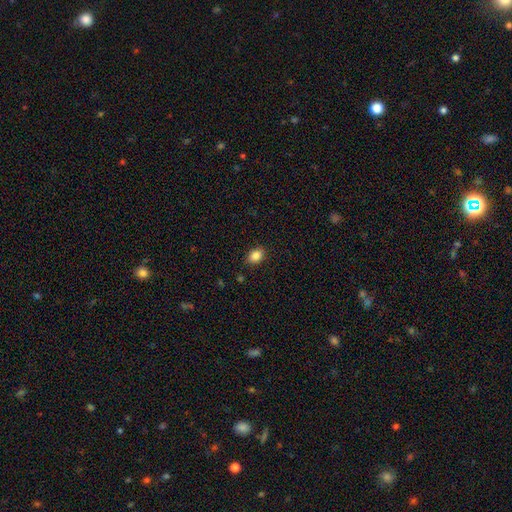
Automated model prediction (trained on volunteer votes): Overall: smooth (87%). How rounded: in between (74%). Merging: none (88%).